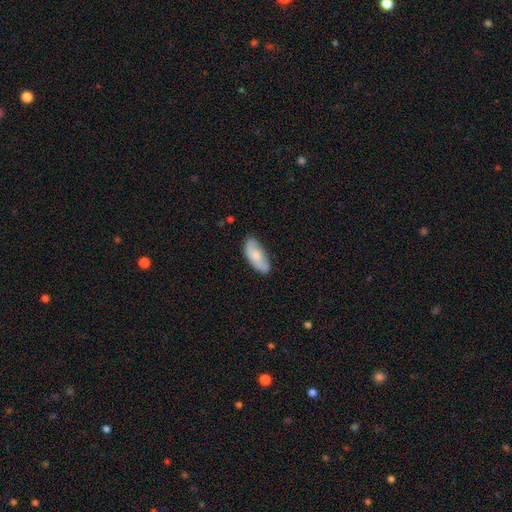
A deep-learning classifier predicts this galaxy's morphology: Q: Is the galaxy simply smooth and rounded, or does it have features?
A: smooth — 75%.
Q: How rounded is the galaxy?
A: in between — 84%.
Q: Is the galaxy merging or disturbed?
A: none — 70%.